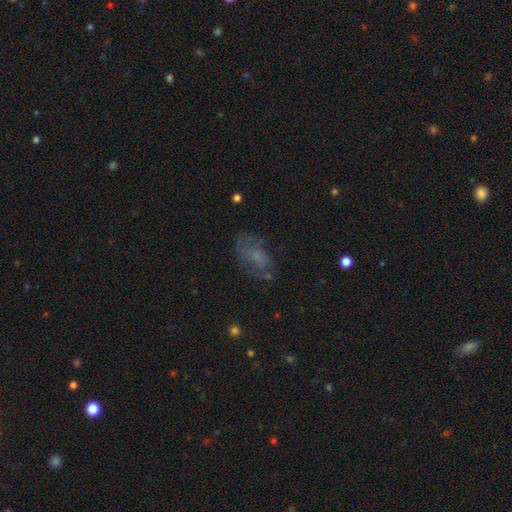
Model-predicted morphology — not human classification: This appears to be a smooth galaxy with no disk features (45%). Merging: none (55%).